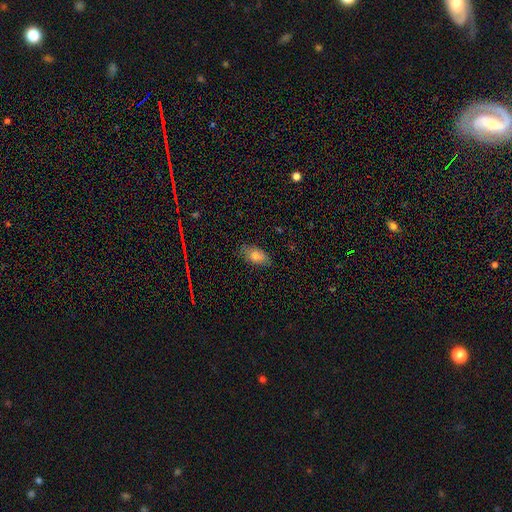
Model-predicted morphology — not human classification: smooth 77%, featured or disk 12%, star or artifact 12%. Down the decision tree: how rounded — in between (90%); merging — none (80%).